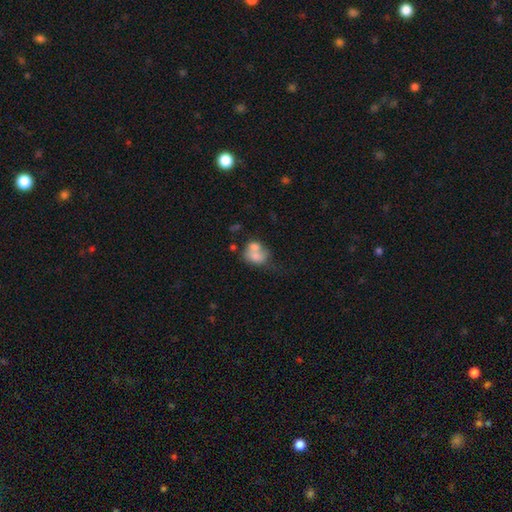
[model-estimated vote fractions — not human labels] A smooth galaxy with no disk features (67%) that is in between round and cigar-shaped (59%).

Vote fractions:
- Smooth or featured? smooth: 67% / featured or disk: 23% / star or artifact: 10%
- How rounded? in between: 59% / round: 40% / cigar-shaped: 1%
- Merging? merger: 60% / none: 20% / minor disturbance: 11% / major disturbance: 9%